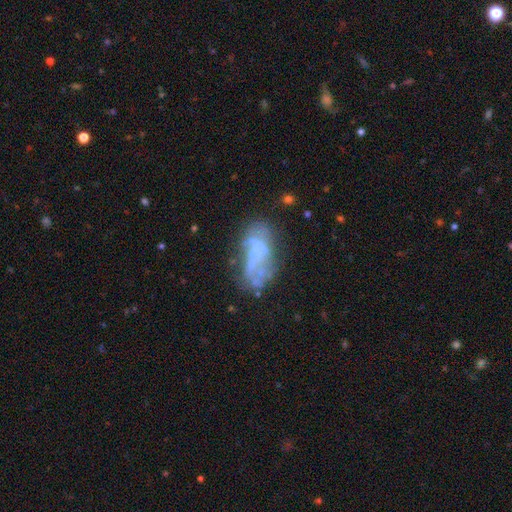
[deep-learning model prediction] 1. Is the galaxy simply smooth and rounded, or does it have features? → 65% featured or disk, 21% smooth, 13% star or artifact.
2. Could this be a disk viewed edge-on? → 95% no, 5% yes.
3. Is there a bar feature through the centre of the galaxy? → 69% no, 23% weak, 8% strong.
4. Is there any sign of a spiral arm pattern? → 68% no, 32% yes.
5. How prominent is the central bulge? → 43% small, 42% none, 13% moderate, 2% large, 1% dominant.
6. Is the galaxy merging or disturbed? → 46% none, 20% minor disturbance, 20% major disturbance, 13% merger.